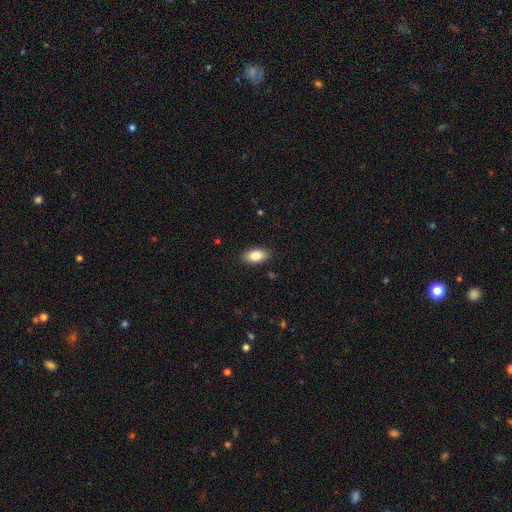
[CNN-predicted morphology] Smooth or featured? smooth (84%)
How rounded? in between (92%)
Merging? none (88%)